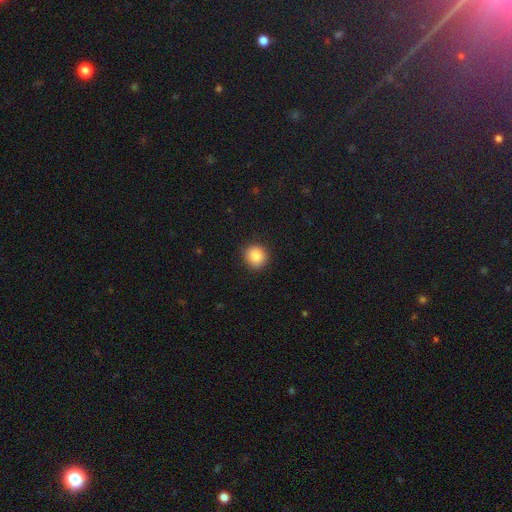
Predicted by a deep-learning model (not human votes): A smooth galaxy with no disk features (86%) that is round (92%). Merging: none (90%).